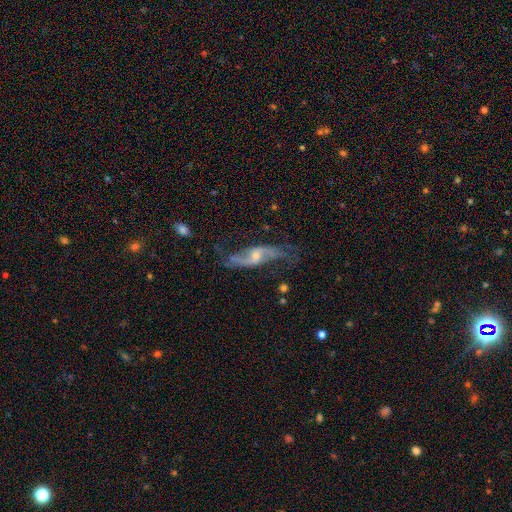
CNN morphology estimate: Q: Smooth or featured?
A: featured or disk (83%); runner-up: smooth (9%)
Q: Edge-on disk?
A: no (84%); runner-up: yes (16%)
Q: Bar?
A: no (46%); runner-up: weak (38%)
Q: Spiral arms?
A: yes (92%); runner-up: no (8%)
Q: Spiral winding?
A: loose (75%); runner-up: medium (19%)
Q: Spiral arm count?
A: 2 (89%); runner-up: can't tell (5%)
Q: Bulge size?
A: moderate (47%); runner-up: small (46%)
Q: Merging?
A: none (66%); runner-up: minor disturbance (19%)